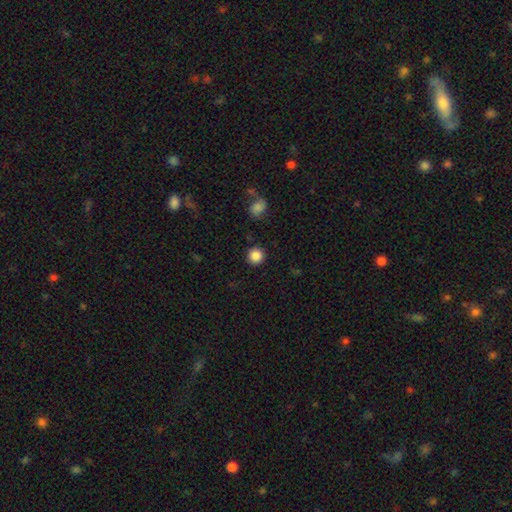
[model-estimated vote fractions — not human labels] Morphology: type=smooth (87%); roundness=round (94%); merging=none (91%).